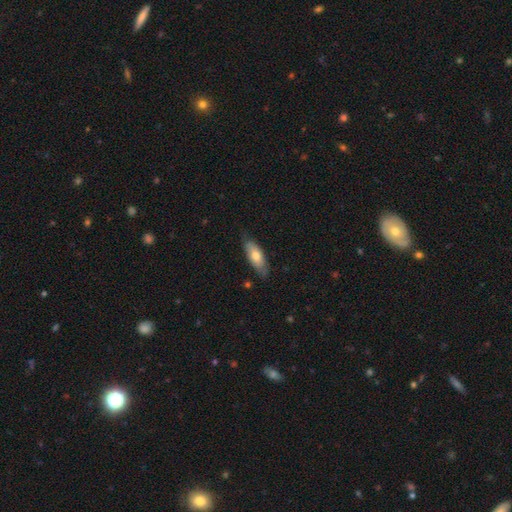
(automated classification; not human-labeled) Smooth or featured? smooth (68%)
How rounded? in between (73%)
Merging? none (73%)